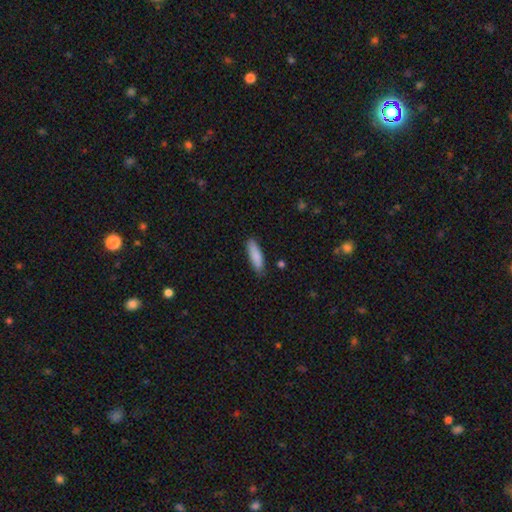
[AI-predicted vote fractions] smooth_or_featured: smooth (p=0.86) [alt: featured or disk p=0.08]
how_rounded: cigar-shaped (p=0.61) [alt: in between p=0.37]
merging: none (p=0.84) [alt: minor disturbance p=0.12]